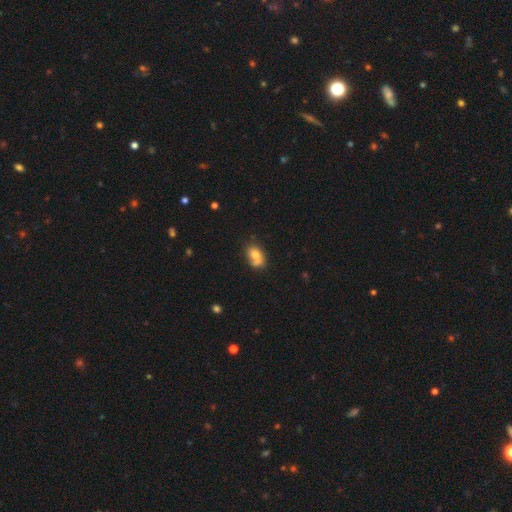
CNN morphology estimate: Smooth or featured? Predicted: smooth (p=0.72). How rounded? Predicted: in between (p=0.74). Merging? Predicted: none (p=0.38).